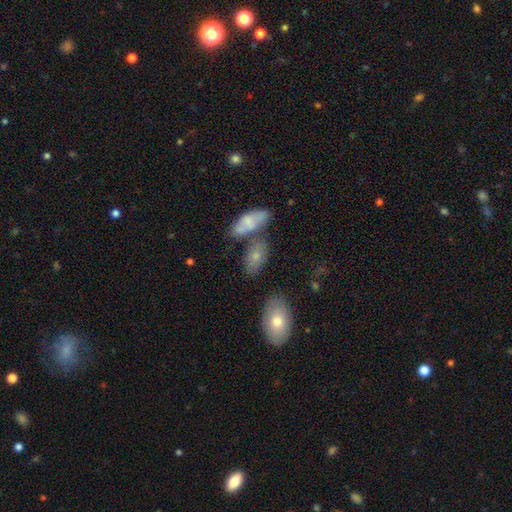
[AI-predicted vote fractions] Morphology: type=smooth (73%); roundness=in between (89%); merging=none (52%).